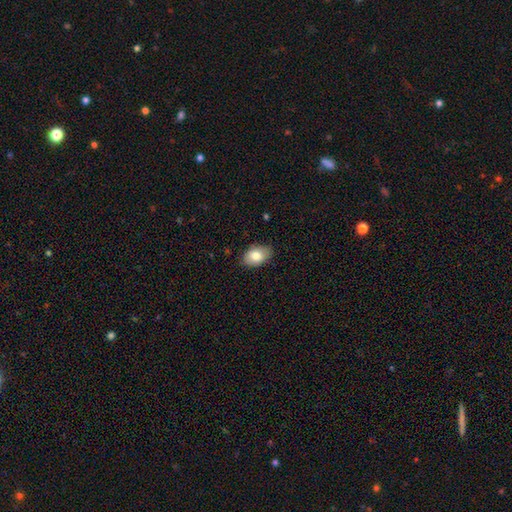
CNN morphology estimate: type=smooth (80%); roundness=in between (89%); merging=none (83%).